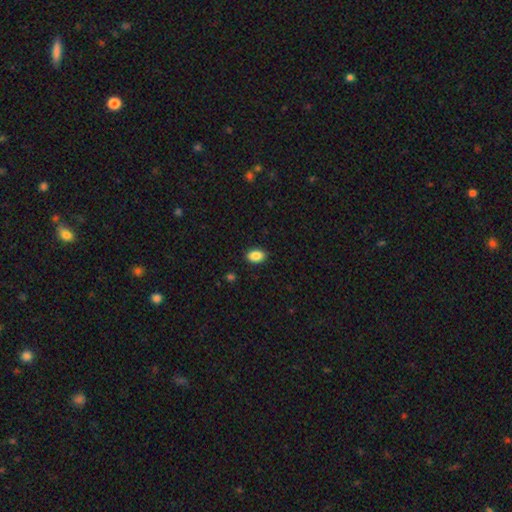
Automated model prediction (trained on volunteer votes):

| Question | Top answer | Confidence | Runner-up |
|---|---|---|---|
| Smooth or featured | smooth | 88% | star or artifact (8%) |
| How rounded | in between | 87% | round (11%) |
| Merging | none | 89% | minor disturbance (8%) |